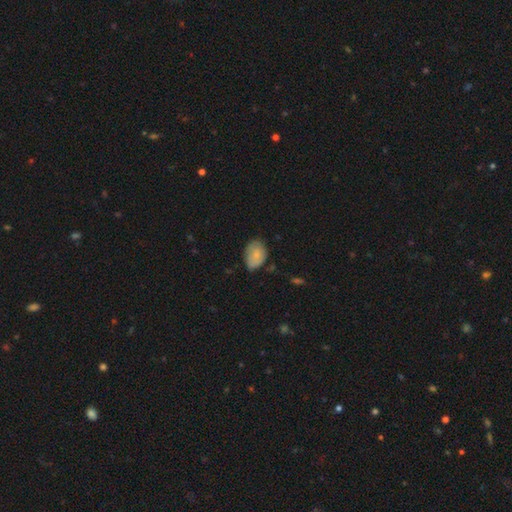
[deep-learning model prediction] Smooth or featured? smooth (82%)
How rounded? in between (81%)
Merging? none (62%)